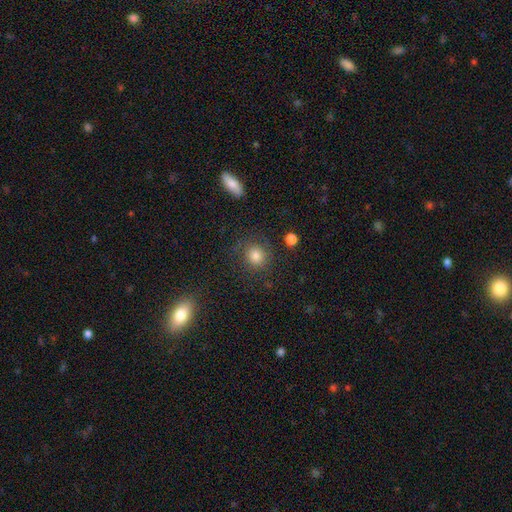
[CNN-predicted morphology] Smooth or featured?
  - smooth: 80% *
  - star or artifact: 12%
  - featured or disk: 7%
How rounded?
  - round: 86% *
  - in between: 13%
  - cigar-shaped: 1%
Merging?
  - none: 81% *
  - minor disturbance: 11%
  - major disturbance: 6%
  - merger: 2%